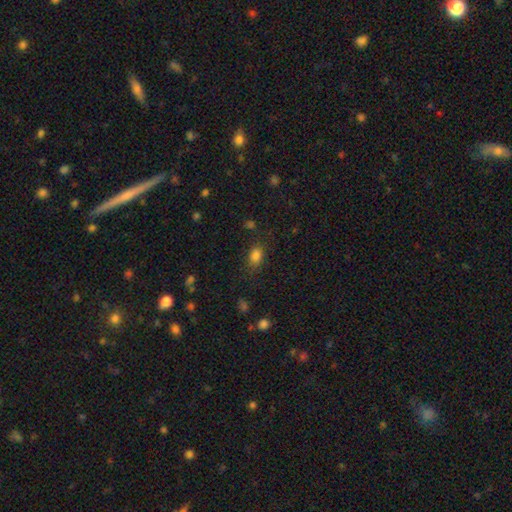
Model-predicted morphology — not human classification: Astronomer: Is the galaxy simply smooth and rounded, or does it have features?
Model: smooth — 81%.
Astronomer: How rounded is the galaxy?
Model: in between — 80%.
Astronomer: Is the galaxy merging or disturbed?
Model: none — 74%.